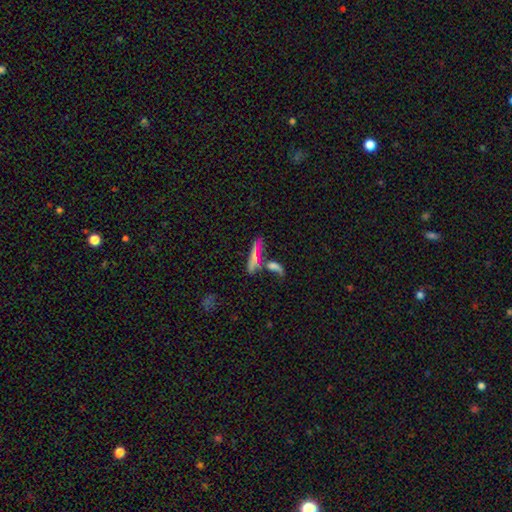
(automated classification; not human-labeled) Smooth or featured?
  - smooth: 53% *
  - featured or disk: 36%
  - star or artifact: 11%
How rounded?
  - cigar-shaped: 74% *
  - in between: 23%
  - round: 4%
Merging?
  - merger: 45% *
  - none: 34%
  - minor disturbance: 12%
  - major disturbance: 10%